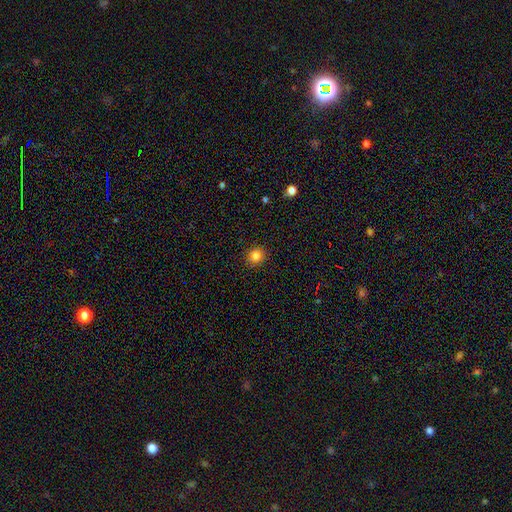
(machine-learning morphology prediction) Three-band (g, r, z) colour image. It shows a smooth galaxy with no disk features (83%) that is round (84%). Merging: none (90%).